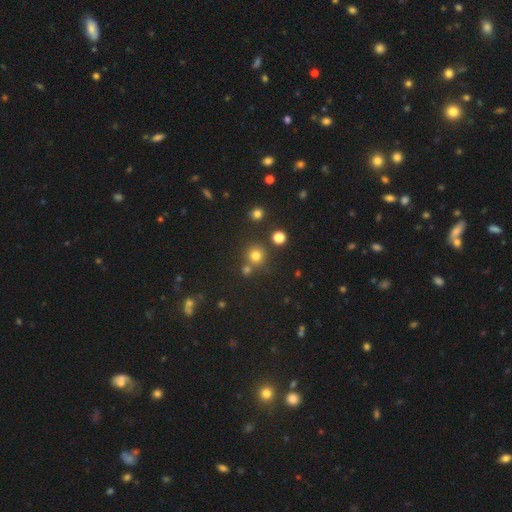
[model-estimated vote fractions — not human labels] The model was most divided on "smooth or featured": smooth: 75%, star or artifact: 18%, featured or disk: 7%. More confident: how rounded — round (91%); merging — none (74%).